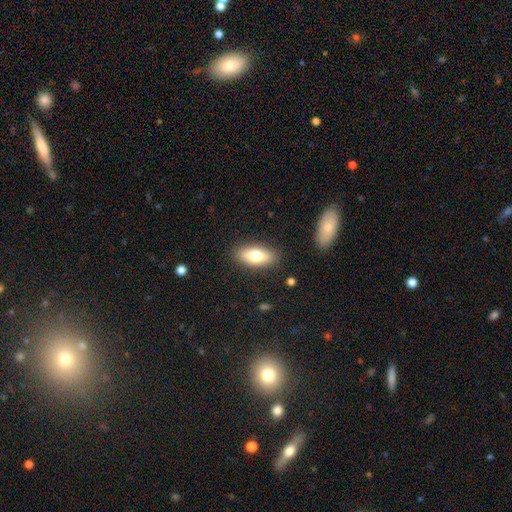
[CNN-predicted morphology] This appears to be a smooth galaxy with no disk features (72%) that is in between round and cigar-shaped (81%). Merging: none (86%).